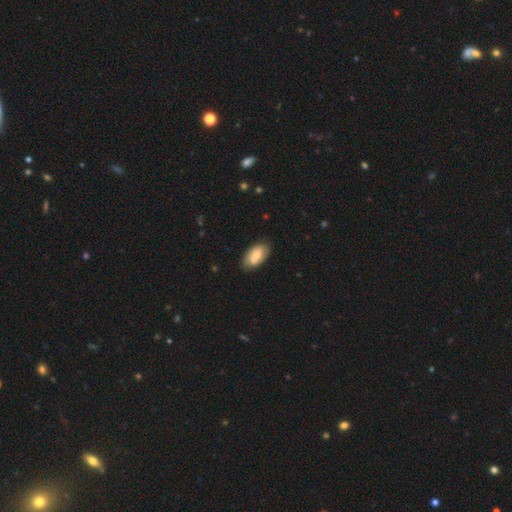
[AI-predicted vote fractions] smooth_or_featured: smooth (p=0.64) [alt: featured or disk p=0.30]
how_rounded: in between (p=0.94) [alt: round p=0.03]
merging: none (p=0.78) [alt: minor disturbance p=0.16]